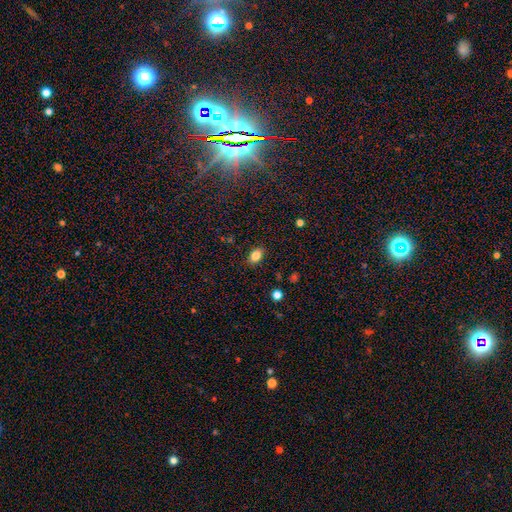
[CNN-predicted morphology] Smooth or featured?
  - smooth: 83% *
  - star or artifact: 10%
  - featured or disk: 7%
How rounded?
  - in between: 80% *
  - round: 18%
  - cigar-shaped: 2%
Merging?
  - none: 87% *
  - minor disturbance: 10%
  - major disturbance: 2%
  - merger: 1%